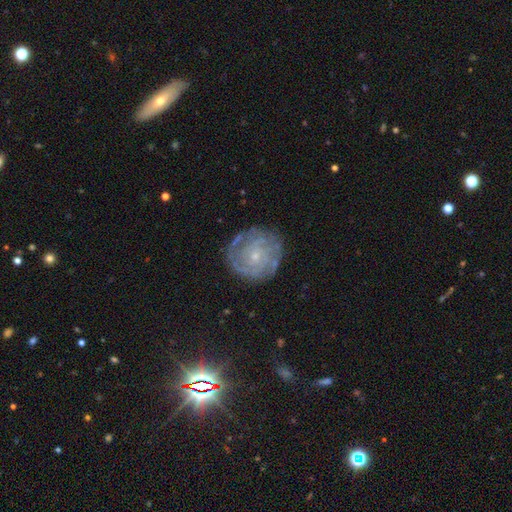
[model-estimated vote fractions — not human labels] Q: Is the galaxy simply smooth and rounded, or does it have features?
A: featured or disk — 76%.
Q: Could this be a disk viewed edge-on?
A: no — 98%.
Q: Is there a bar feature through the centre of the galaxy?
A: no — 77%.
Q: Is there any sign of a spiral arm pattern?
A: yes — 88%.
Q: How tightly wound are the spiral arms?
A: tight — 73%.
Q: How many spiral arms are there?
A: can't tell — 44%.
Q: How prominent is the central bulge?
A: small — 77%.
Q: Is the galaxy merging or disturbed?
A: none — 78%.